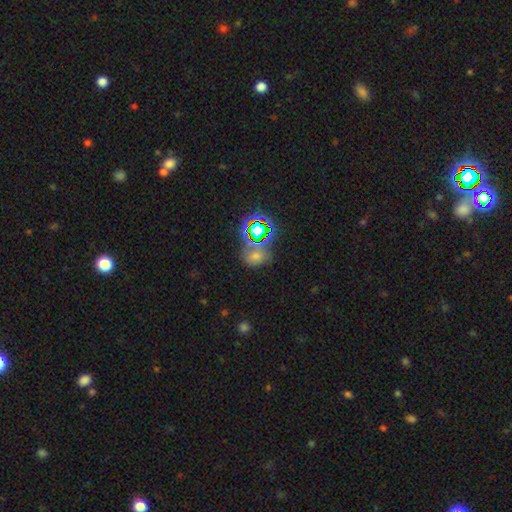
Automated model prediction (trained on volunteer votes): smooth-or-featured: star or artifact: 53% | smooth: 34% | featured or disk: 13%